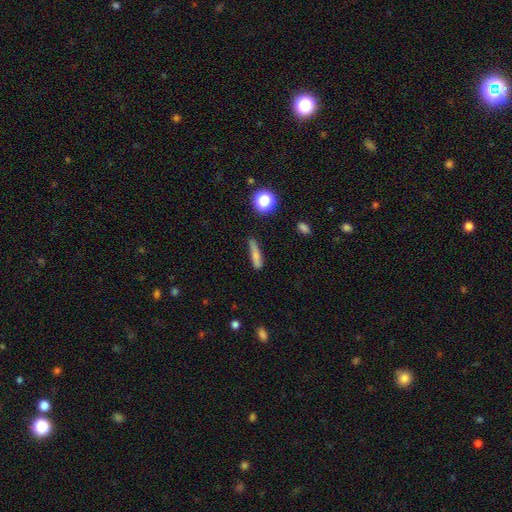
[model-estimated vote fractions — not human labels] Smooth or featured?
  - smooth: 73% *
  - featured or disk: 17%
  - star or artifact: 10%
How rounded?
  - cigar-shaped: 80% *
  - in between: 15%
  - round: 5%
Merging?
  - none: 68% *
  - minor disturbance: 23%
  - major disturbance: 6%
  - merger: 3%